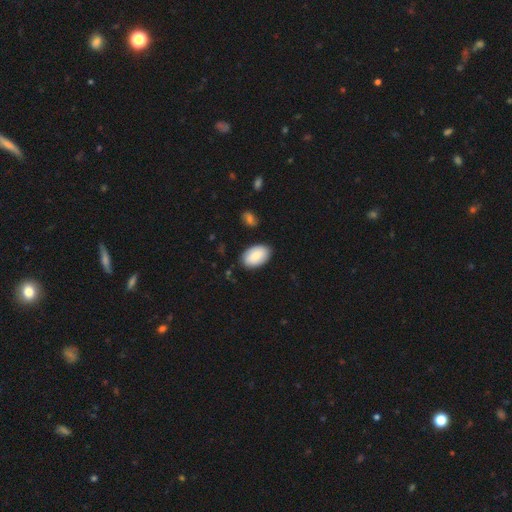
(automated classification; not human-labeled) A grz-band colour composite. It shows a smooth galaxy with no disk features (84%) that is in between round and cigar-shaped (93%). Merging: none (85%).